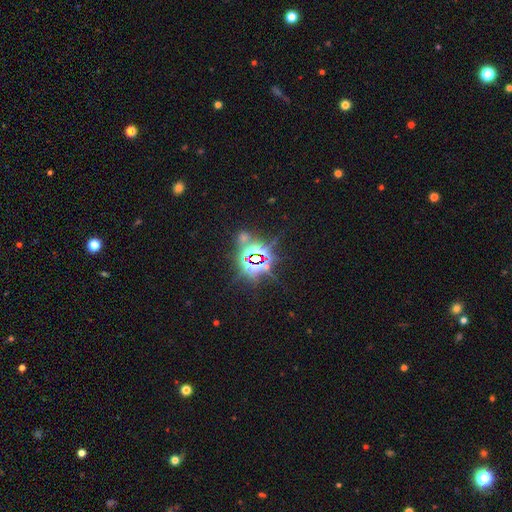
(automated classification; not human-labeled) Morphology: type=star or artifact (83%).